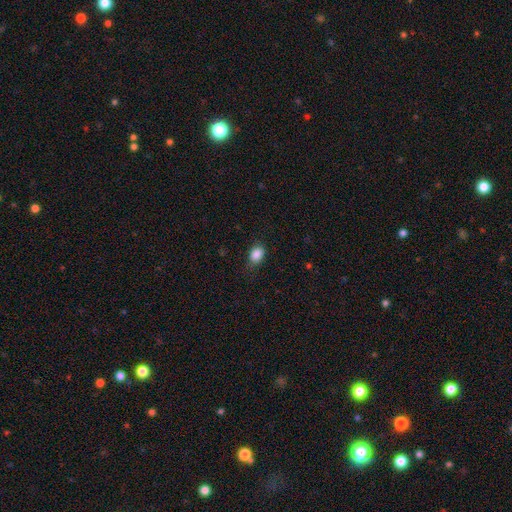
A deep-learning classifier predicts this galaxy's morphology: type=smooth (87%); roundness=in between (75%); merging=none (76%).